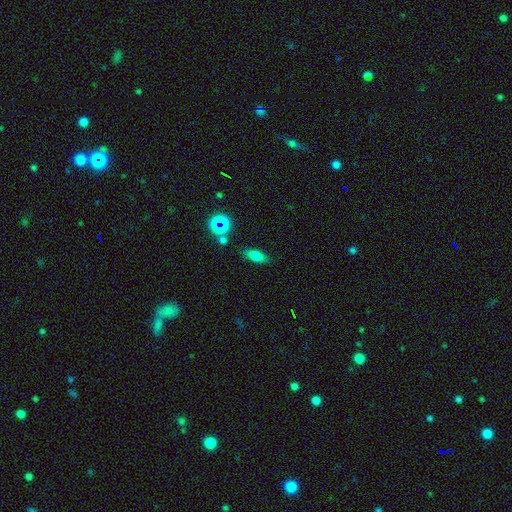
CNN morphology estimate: smooth 69%, featured or disk 17%, star or artifact 14%. Down the decision tree: how rounded — in between (64%); merging — none (82%).